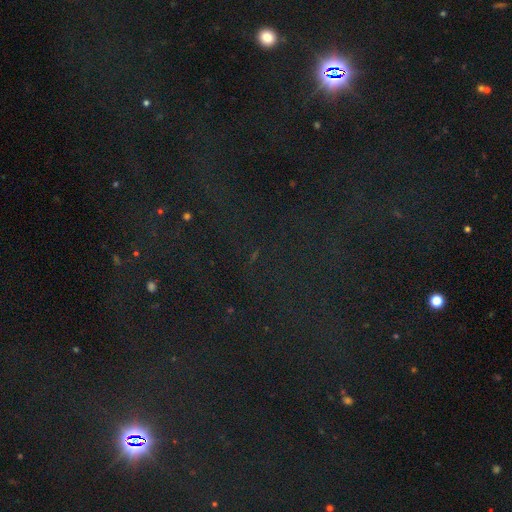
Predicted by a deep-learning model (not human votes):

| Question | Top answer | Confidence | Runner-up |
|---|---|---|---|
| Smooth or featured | star or artifact | 77% | smooth (14%) |